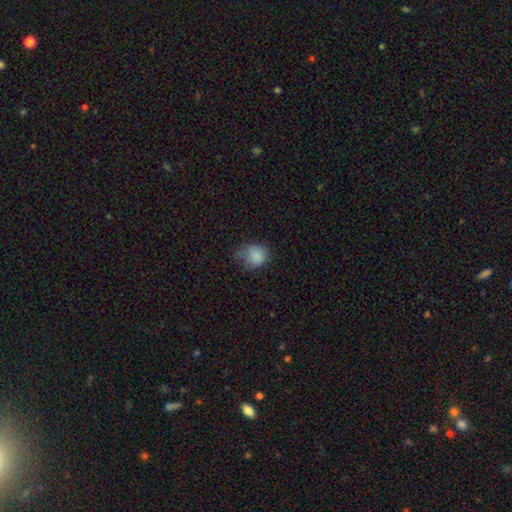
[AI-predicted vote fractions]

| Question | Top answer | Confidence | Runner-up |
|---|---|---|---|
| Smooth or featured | smooth | 84% | star or artifact (10%) |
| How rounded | round | 70% | in between (29%) |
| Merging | none | 48% | minor disturbance (35%) |